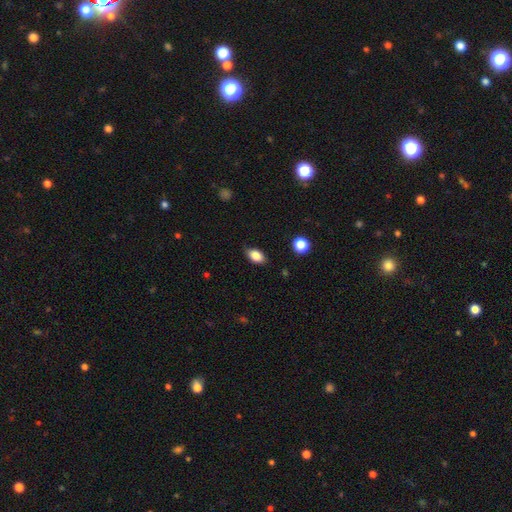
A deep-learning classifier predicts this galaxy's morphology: This appears to be a smooth galaxy with no disk features (84%) that is in between round and cigar-shaped (87%). Merging: none (80%).